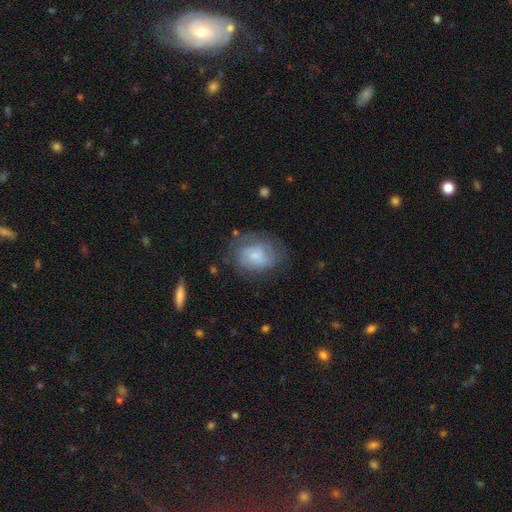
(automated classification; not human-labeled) Smooth or featured?
  - featured or disk: 48% *
  - smooth: 43%
  - star or artifact: 9%
Merging?
  - none: 63% *
  - minor disturbance: 22%
  - major disturbance: 13%
  - merger: 2%